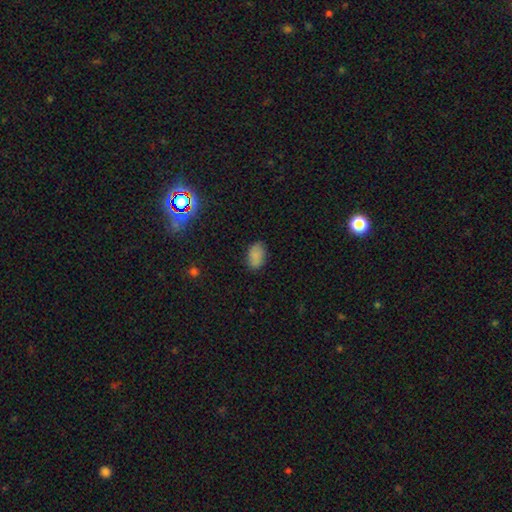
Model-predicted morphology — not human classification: Smooth or featured? smooth (85%)
How rounded? in between (90%)
Merging? none (80%)